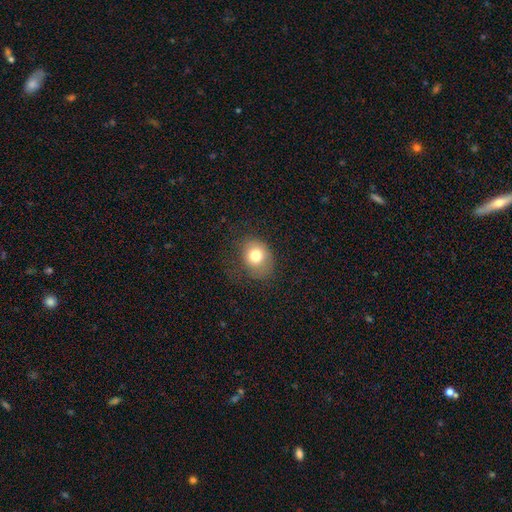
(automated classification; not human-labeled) A smooth galaxy with no disk features (76%) that is round (57%).

Vote fractions:
- Smooth or featured? smooth: 76% / featured or disk: 13% / star or artifact: 11%
- How rounded? round: 57% / in between: 42% / cigar-shaped: 1%
- Merging? none: 63% / minor disturbance: 23% / major disturbance: 13% / merger: 1%